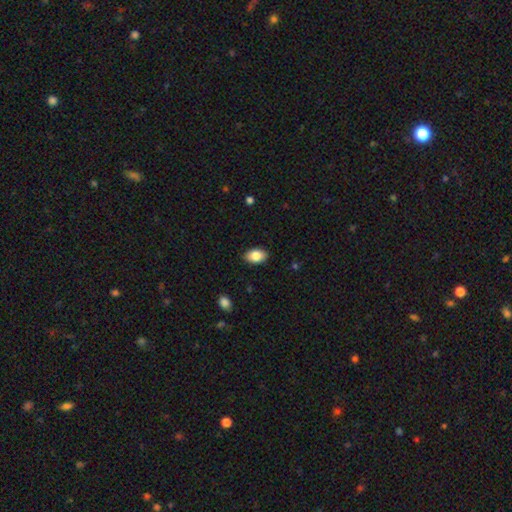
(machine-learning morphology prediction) A smooth galaxy with no disk features (84%) that is in between round and cigar-shaped (90%).

Vote fractions:
- Smooth or featured? smooth: 84% / featured or disk: 8% / star or artifact: 7%
- How rounded? in between: 90% / round: 9% / cigar-shaped: 1%
- Merging? none: 88% / minor disturbance: 9% / major disturbance: 2% / merger: 1%